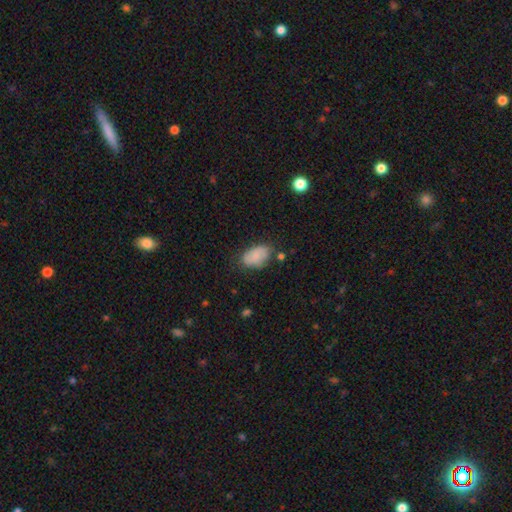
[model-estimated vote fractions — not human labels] A smooth galaxy with no disk features (81%) that is in between round and cigar-shaped (92%). Merging: none (67%).